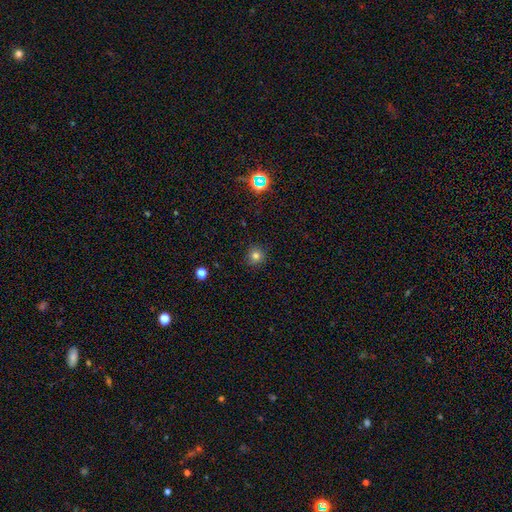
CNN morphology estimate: Smooth or featured?
  - smooth: 78% *
  - star or artifact: 16%
  - featured or disk: 7%
How rounded?
  - round: 93% *
  - in between: 6%
  - cigar-shaped: 1%
Merging?
  - none: 89% *
  - minor disturbance: 7%
  - major disturbance: 2%
  - merger: 1%